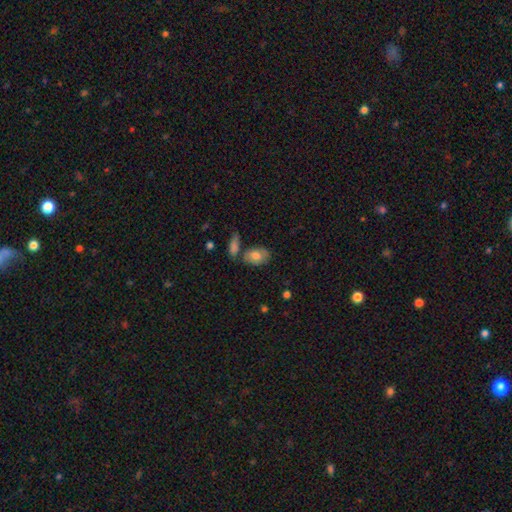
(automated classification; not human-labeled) Smooth or featured: smooth — 74% (featured or disk — 19%)
How rounded: in between — 86% (round — 12%)
Merging: none — 60% (minor disturbance — 19%)